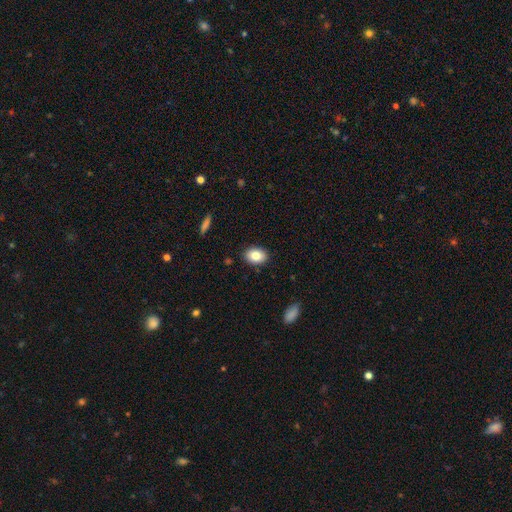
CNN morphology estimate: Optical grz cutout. It shows a smooth galaxy with no disk features (83%) that is in between round and cigar-shaped (74%). Merging: none (89%).